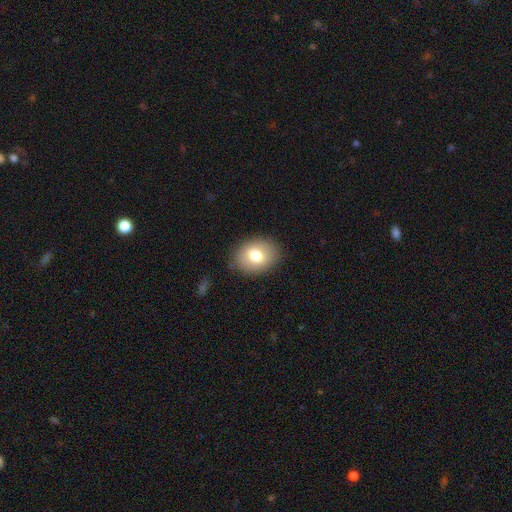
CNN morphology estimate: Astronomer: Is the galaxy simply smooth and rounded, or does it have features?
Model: smooth — 74%.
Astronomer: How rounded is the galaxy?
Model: in between — 64%.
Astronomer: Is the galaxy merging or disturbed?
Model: none — 84%.